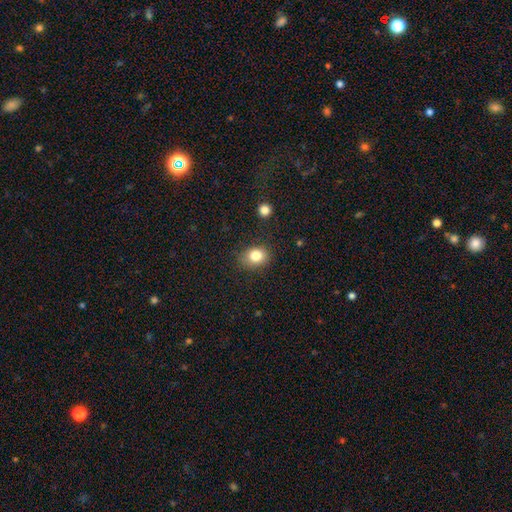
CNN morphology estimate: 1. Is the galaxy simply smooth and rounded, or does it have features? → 82% smooth, 10% star or artifact, 8% featured or disk.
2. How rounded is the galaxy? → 51% in between, 48% round, 1% cigar-shaped.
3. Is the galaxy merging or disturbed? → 83% none, 12% minor disturbance, 3% major disturbance, 2% merger.